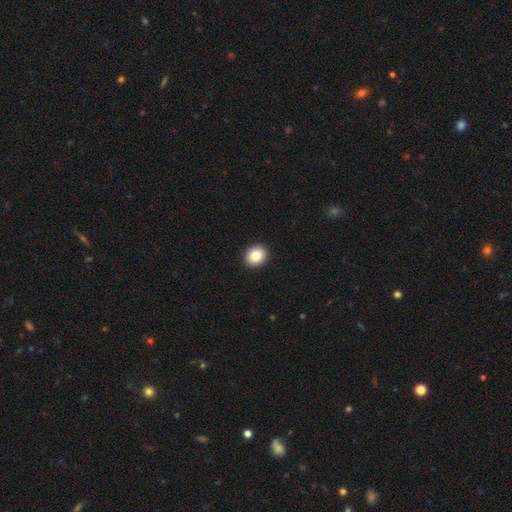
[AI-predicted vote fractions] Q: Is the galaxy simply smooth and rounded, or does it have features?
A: smooth — 85%.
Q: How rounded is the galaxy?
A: round — 59%.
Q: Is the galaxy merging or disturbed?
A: none — 93%.